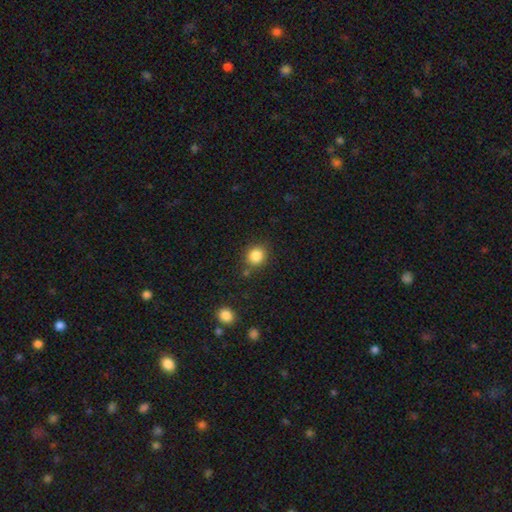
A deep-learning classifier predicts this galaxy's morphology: Overall: smooth (86%). How rounded: round (79%). Merging: none (82%).